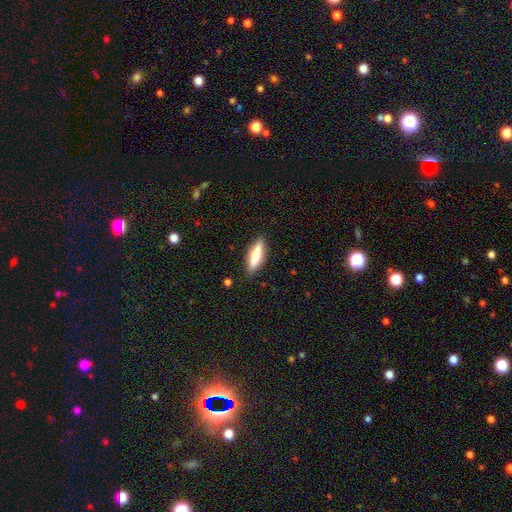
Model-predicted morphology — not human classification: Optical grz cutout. It shows a smooth galaxy with no disk features (68%) that is cigar-shaped (59%). Merging: none (87%).